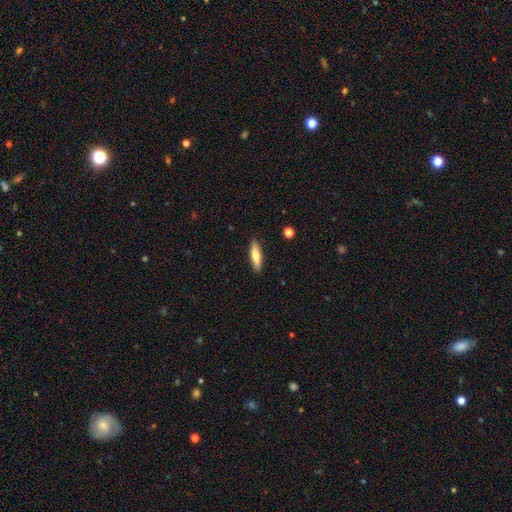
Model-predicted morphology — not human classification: The model was most divided on "how rounded": cigar-shaped: 64%, in between: 34%, round: 2%. More confident: merging — none (89%); smooth or featured — smooth (71%).